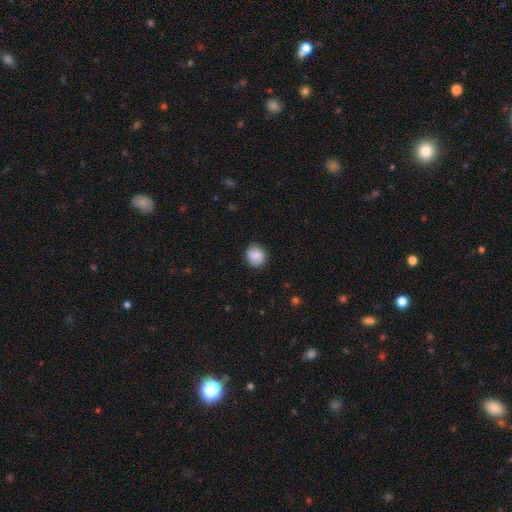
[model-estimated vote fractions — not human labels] Smooth or featured? smooth (84%)
How rounded? round (82%)
Merging? none (83%)